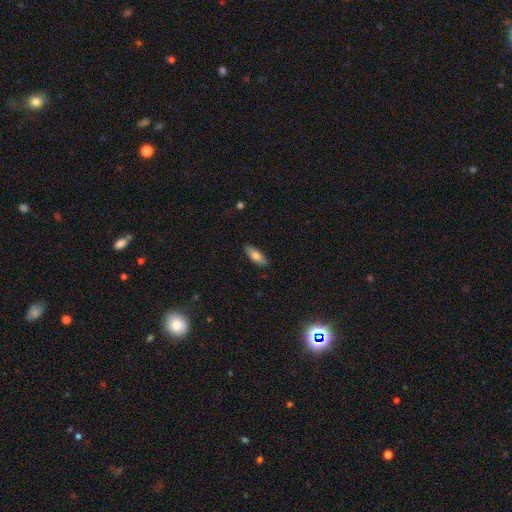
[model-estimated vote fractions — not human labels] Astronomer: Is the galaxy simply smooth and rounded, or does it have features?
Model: smooth — 75%.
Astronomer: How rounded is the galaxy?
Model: in between — 70%.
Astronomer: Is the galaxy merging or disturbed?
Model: none — 87%.